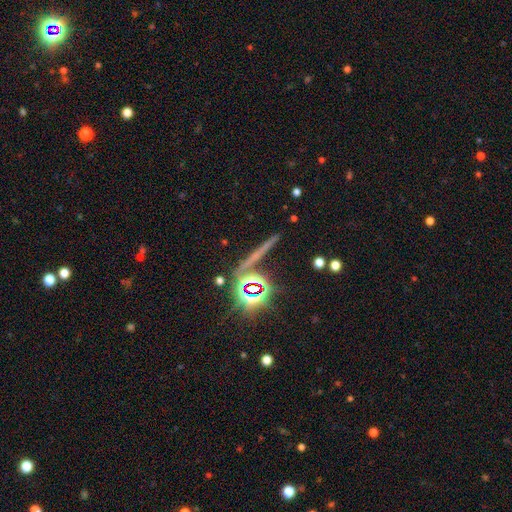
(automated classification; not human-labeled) This appears to be a star or artifact, not a galaxy (57%).